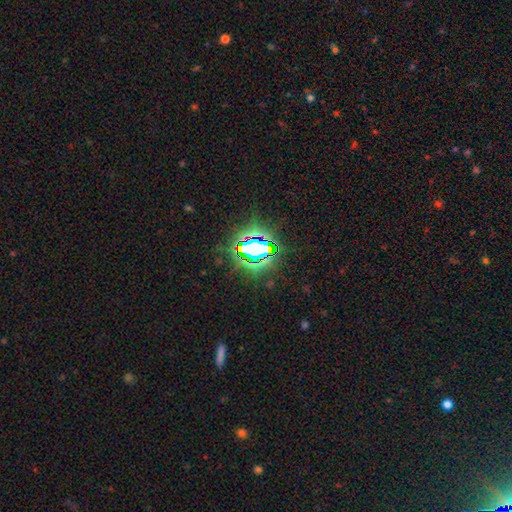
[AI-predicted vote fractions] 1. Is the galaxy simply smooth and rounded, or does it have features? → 79% star or artifact, 12% smooth, 9% featured or disk.